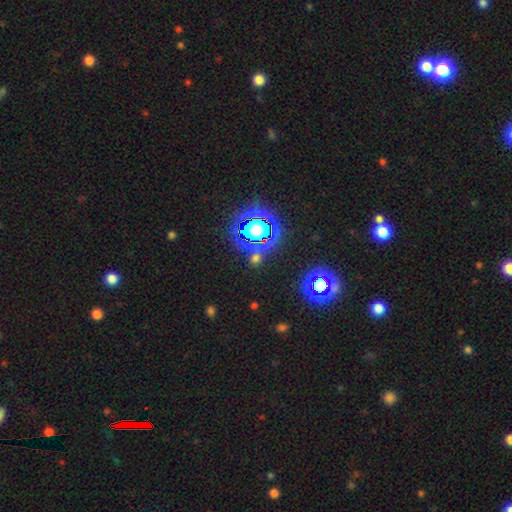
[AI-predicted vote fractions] A star or artifact, not a galaxy (70%).